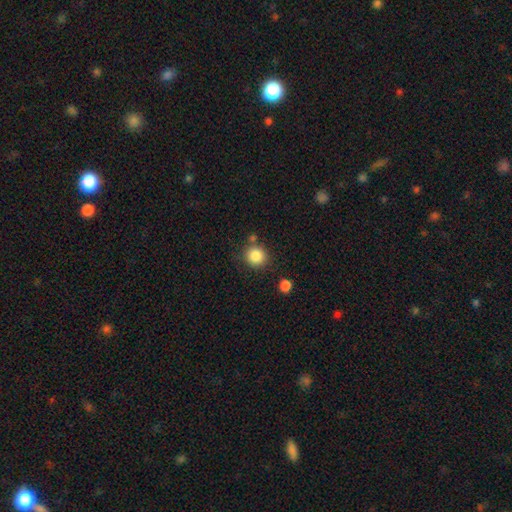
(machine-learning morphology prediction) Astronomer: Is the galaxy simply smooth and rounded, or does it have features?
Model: smooth — 86%.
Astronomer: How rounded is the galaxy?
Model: round — 89%.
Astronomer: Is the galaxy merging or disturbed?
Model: none — 79%.